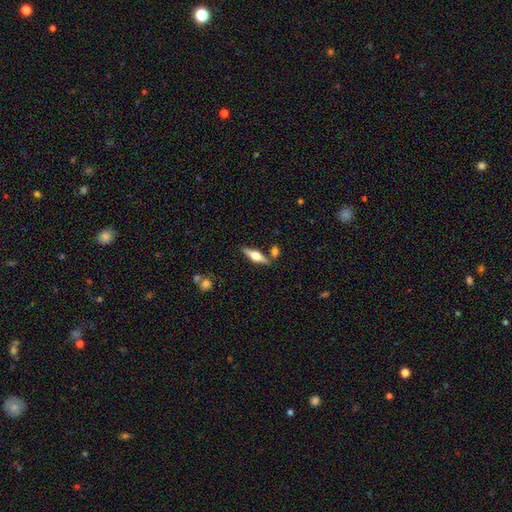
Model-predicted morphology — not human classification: Smooth or featured: featured or disk — 61% (smooth — 32%)
Edge-on disk: yes — 95% (no — 5%)
Edge-on bulge: rounded — 93% (boxy — 5%)
Merging: none — 80% (minor disturbance — 10%)